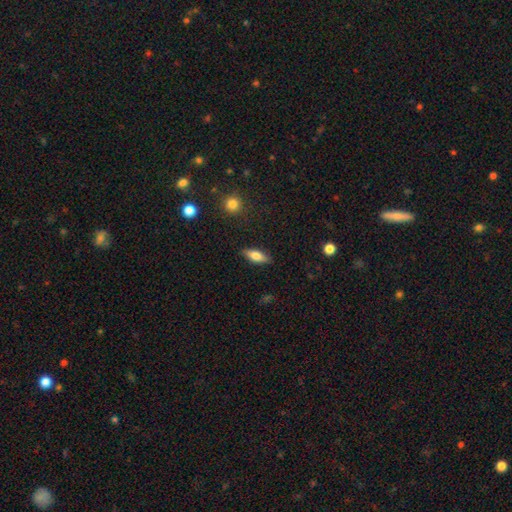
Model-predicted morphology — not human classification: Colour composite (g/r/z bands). It shows a smooth galaxy with no disk features (72%) that is in between round and cigar-shaped (69%). Merging: none (85%).